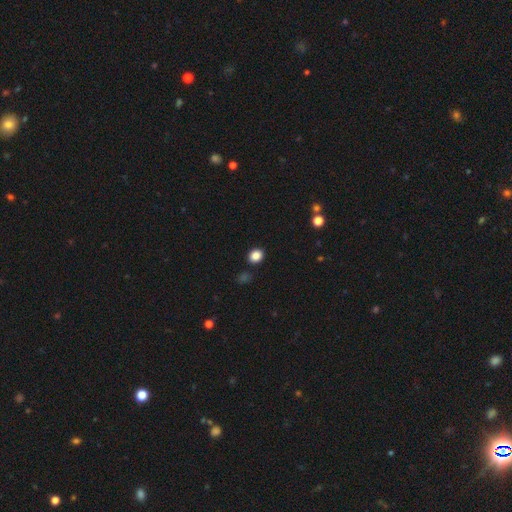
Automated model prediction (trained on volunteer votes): Smooth or featured? Predicted: smooth (p=0.86). How rounded? Predicted: round (p=0.61). Merging? Predicted: none (p=0.88).